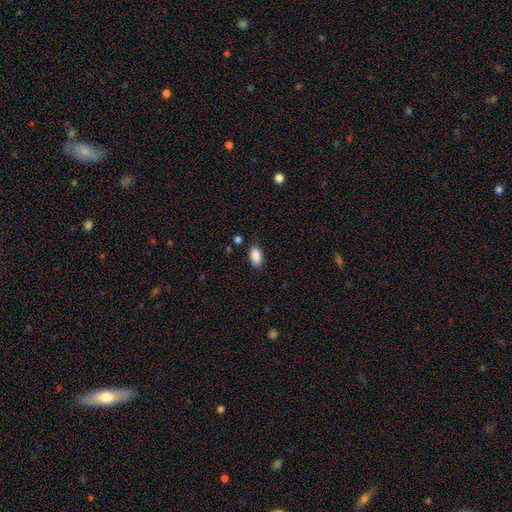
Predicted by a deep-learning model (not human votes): This appears to be a smooth galaxy with no disk features (88%) that is in between round and cigar-shaped (93%). Merging: none (82%).